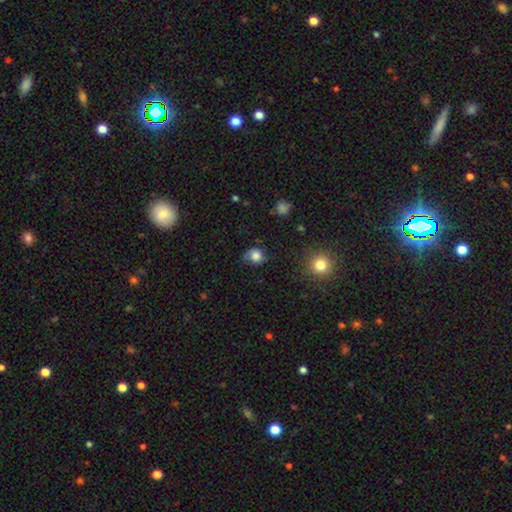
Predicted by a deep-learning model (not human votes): A smooth galaxy with no disk features (72%) that is round (74%).

Vote fractions:
- Smooth or featured? smooth: 72% / featured or disk: 18% / star or artifact: 10%
- How rounded? round: 74% / in between: 25% / cigar-shaped: 1%
- Merging? none: 57% / minor disturbance: 28% / major disturbance: 13% / merger: 2%